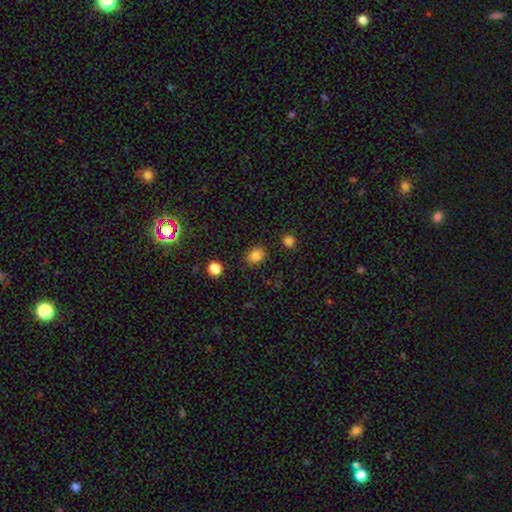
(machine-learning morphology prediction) smooth_or_featured: smooth (p=0.84) [alt: star or artifact p=0.11]
how_rounded: in between (p=0.52) [alt: round p=0.47]
merging: none (p=0.86) [alt: minor disturbance p=0.09]